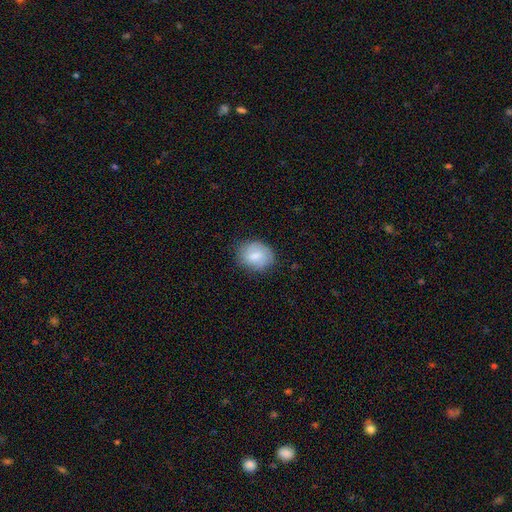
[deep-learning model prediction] Smooth or featured?
  - smooth: 74% *
  - featured or disk: 19%
  - star or artifact: 7%
How rounded?
  - in between: 52% *
  - round: 47%
  - cigar-shaped: 1%
Merging?
  - none: 75% *
  - minor disturbance: 19%
  - major disturbance: 5%
  - merger: 1%